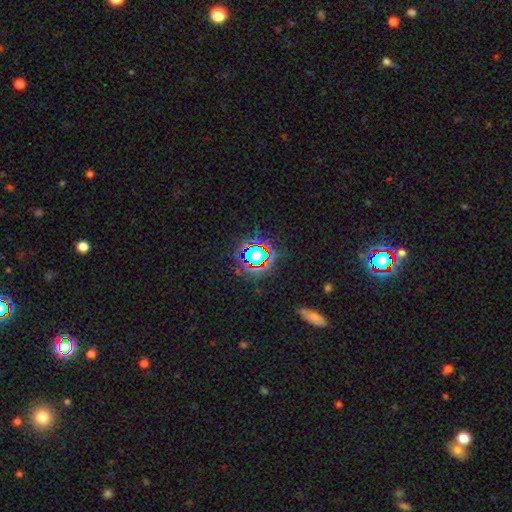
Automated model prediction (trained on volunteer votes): smooth-or-featured: star or artifact: 62% | smooth: 25% | featured or disk: 13%